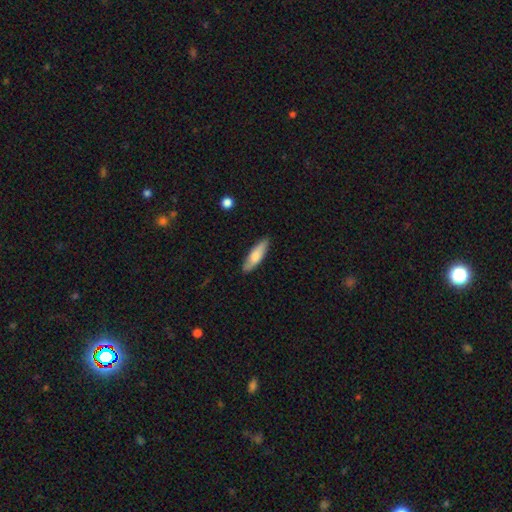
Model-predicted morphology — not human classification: smooth_or_featured: smooth (p=0.74) [alt: featured or disk p=0.21]
how_rounded: cigar-shaped (p=0.56) [alt: in between p=0.42]
merging: none (p=0.85) [alt: minor disturbance p=0.12]